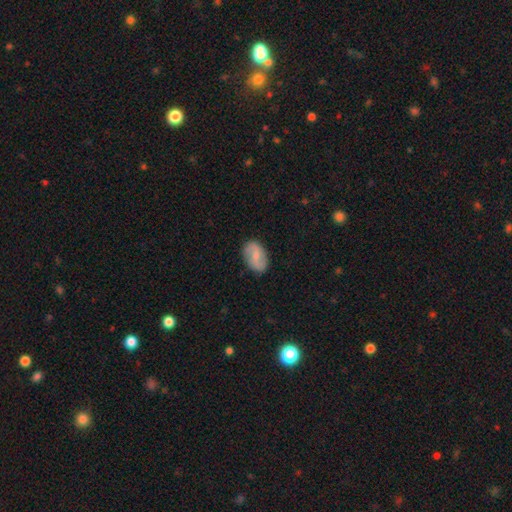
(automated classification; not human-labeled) This is possibly a featured or disk galaxy (56%). It is clearly not viewed edge-on (97%). Bar: possibly weak (52%). Spiral arm pattern: clearly yes (86%). Central bulge: possibly small (55%). Merging: clearly none (85%).